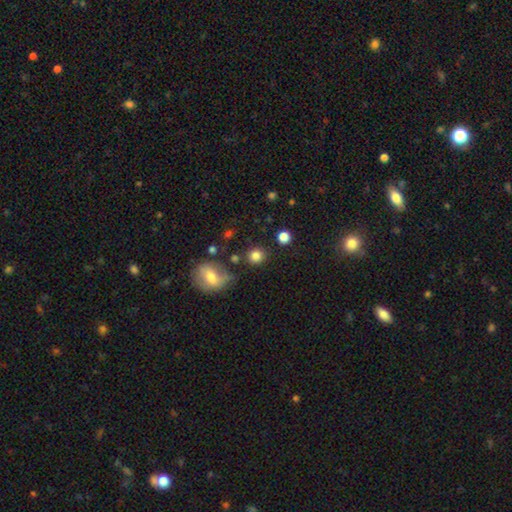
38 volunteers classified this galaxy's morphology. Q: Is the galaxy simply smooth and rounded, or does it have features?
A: smooth — 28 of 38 (74%).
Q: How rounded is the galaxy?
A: round — 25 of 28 (89%).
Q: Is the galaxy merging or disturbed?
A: none — 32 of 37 (86%).